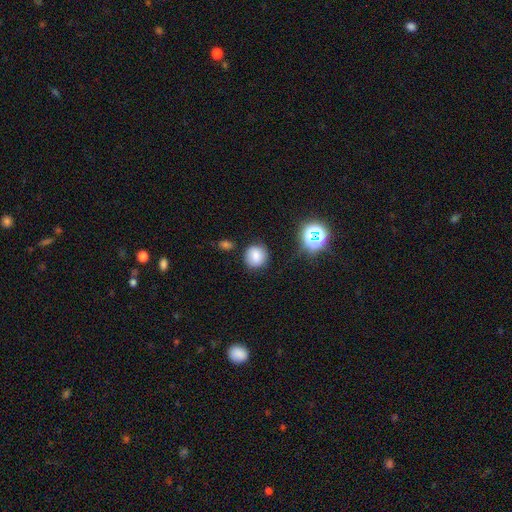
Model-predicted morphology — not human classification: A smooth galaxy with no disk features (78%) that is round (82%).

Vote fractions:
- Smooth or featured? smooth: 78% / star or artifact: 13% / featured or disk: 9%
- How rounded? round: 82% / in between: 17% / cigar-shaped: 1%
- Merging? none: 81% / minor disturbance: 12% / major disturbance: 4% / merger: 3%